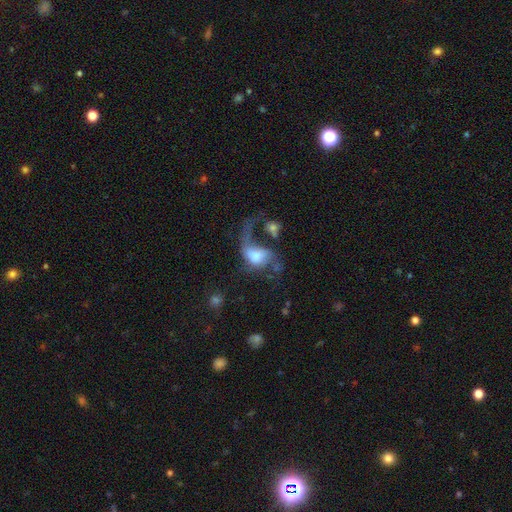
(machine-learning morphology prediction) A featured or disk galaxy (52%) with no bar (65%), spiral arms (67%) and a large central bulge (33%). Merging: major disturbance (54%).